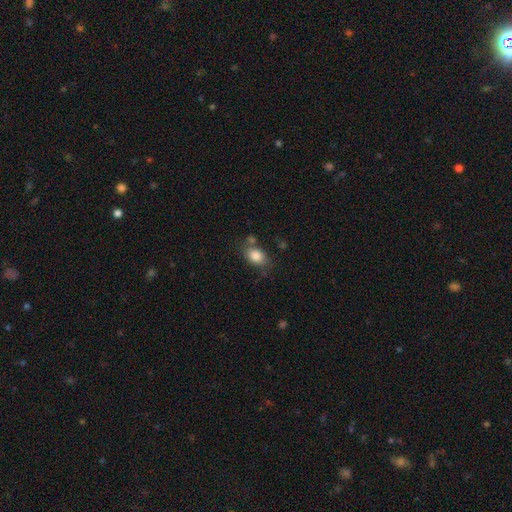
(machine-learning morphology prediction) Smooth or featured?
  - smooth: 84% *
  - star or artifact: 8%
  - featured or disk: 7%
How rounded?
  - in between: 77% *
  - round: 22%
  - cigar-shaped: 1%
Merging?
  - none: 63% *
  - minor disturbance: 19%
  - merger: 11%
  - major disturbance: 6%